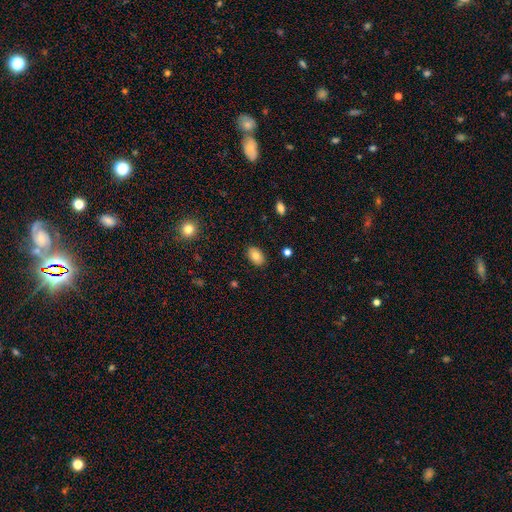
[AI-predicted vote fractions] This is clearly a smooth galaxy (82%). How rounded: clearly in between (89%). Merging: clearly none (88%).